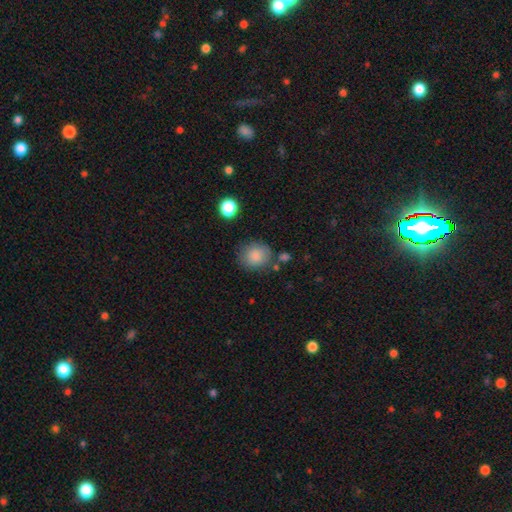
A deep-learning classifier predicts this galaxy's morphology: A smooth galaxy with no disk features (86%) that is round (78%).

Vote fractions:
- Smooth or featured? smooth: 86% / star or artifact: 9% / featured or disk: 5%
- How rounded? round: 78% / in between: 21% / cigar-shaped: 1%
- Merging? none: 77% / minor disturbance: 14% / merger: 5% / major disturbance: 5%